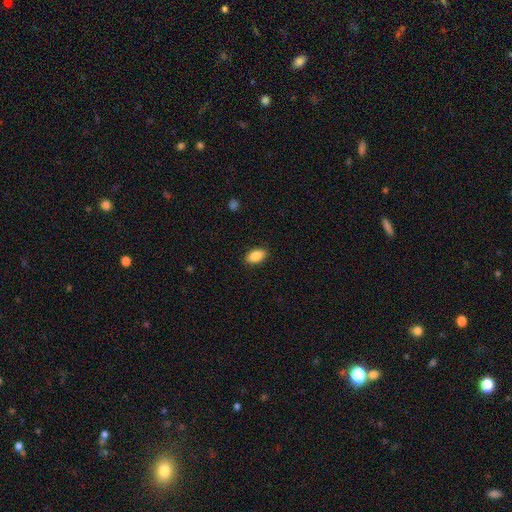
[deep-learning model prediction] Smooth or featured? smooth (87%)
How rounded? in between (92%)
Merging? none (89%)